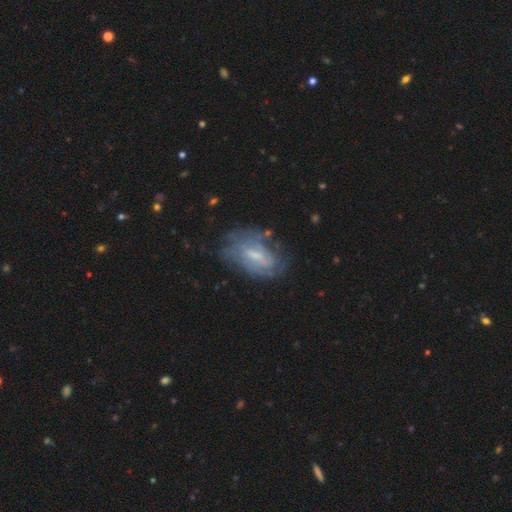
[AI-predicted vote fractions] A featured or disk galaxy (71%) with a weak bar (54%), tight (56%) spiral arms (81%) and a small central bulge (41%). Merging: none (62%).